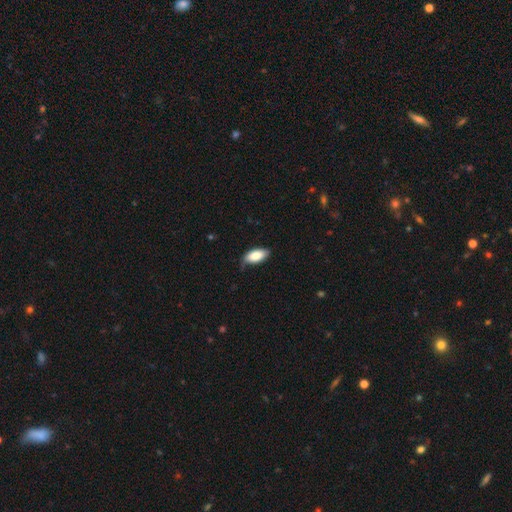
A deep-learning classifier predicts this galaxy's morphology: Overall: smooth (84%). How rounded: in between (91%). Merging: none (68%).